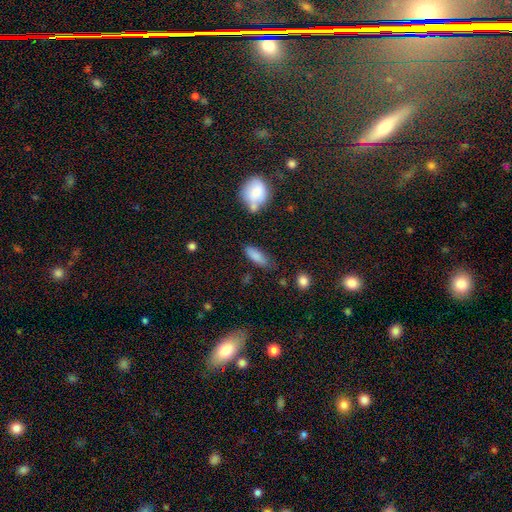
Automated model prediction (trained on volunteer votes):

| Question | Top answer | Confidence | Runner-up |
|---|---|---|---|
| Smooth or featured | smooth | 83% | featured or disk (9%) |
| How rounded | in between | 67% | cigar-shaped (31%) |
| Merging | none | 69% | minor disturbance (19%) |